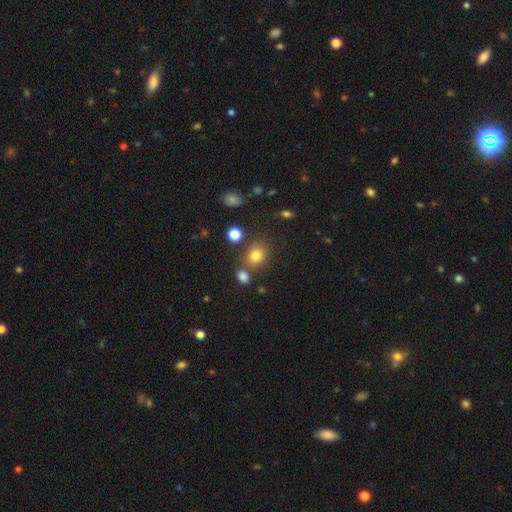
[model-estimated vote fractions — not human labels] Q: Smooth or featured?
A: smooth (78%); runner-up: star or artifact (14%)
Q: How rounded?
A: round (63%); runner-up: in between (36%)
Q: Merging?
A: none (69%); runner-up: merger (15%)